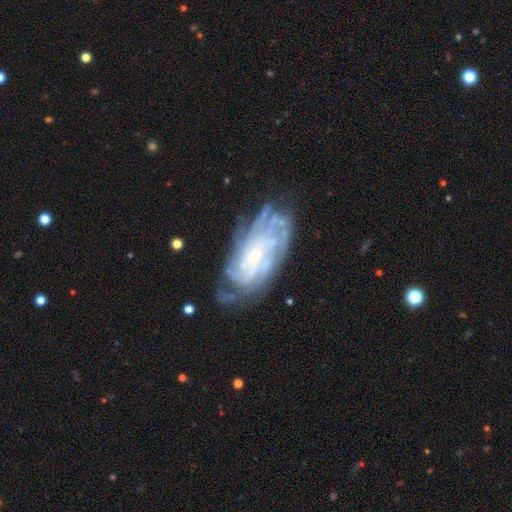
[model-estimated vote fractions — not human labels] smooth-or-featured: featured or disk: 82% | smooth: 10% | star or artifact: 7%
  disk-edge-on: no: 95% | yes: 5%
    bar: no: 68% | weak: 25% | strong: 7%
    has-spiral-arms: yes: 93% | no: 7%
      spiral-winding: tight: 71% | medium: 23% | loose: 6%
      spiral-arm-count: can't tell: 44% | 4: 19% | more than 4: 16% | 3: 9% | 2: 7% | 1: 5%
    bulge-size: small: 72% | moderate: 21% | none: 4% | large: 2% | dominant: 1%
  merging: none: 65% | minor disturbance: 22% | major disturbance: 11% | merger: 2%